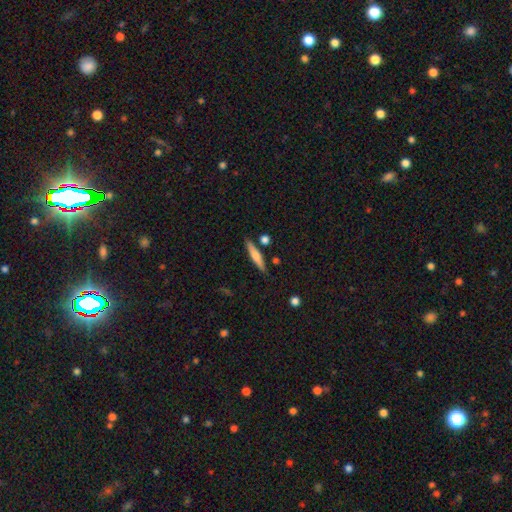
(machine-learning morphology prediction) Q: Smooth or featured?
A: smooth (58%); runner-up: featured or disk (36%)
Q: How rounded?
A: cigar-shaped (88%); runner-up: in between (10%)
Q: Merging?
A: none (83%); runner-up: minor disturbance (10%)